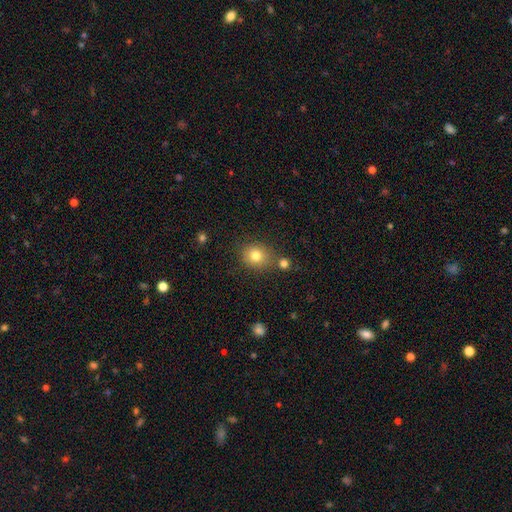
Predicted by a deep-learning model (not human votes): smooth 80%, star or artifact 11%, featured or disk 8%. Down the decision tree: how rounded — round (77%); merging — none (75%).